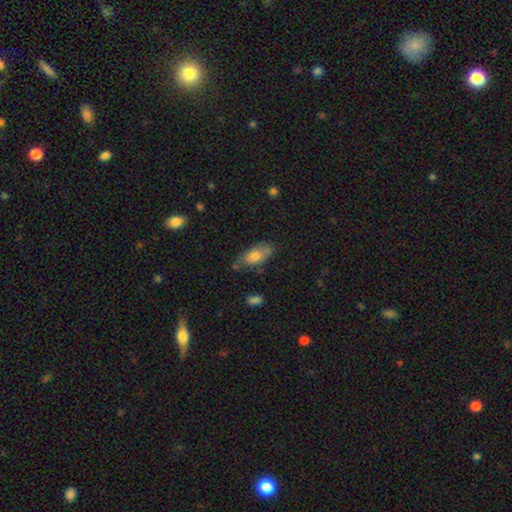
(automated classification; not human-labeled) Smooth or featured? smooth (72%)
How rounded? in between (88%)
Merging? none (60%)